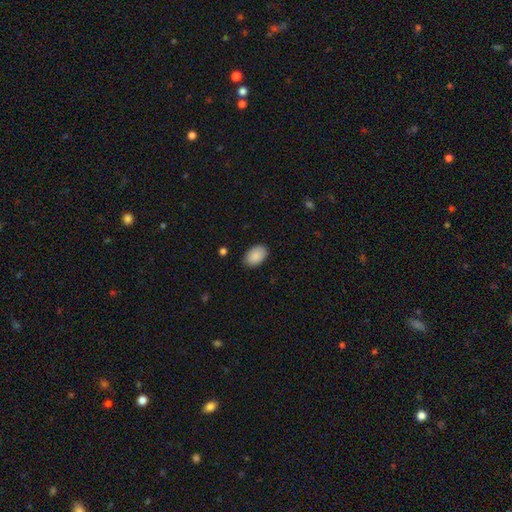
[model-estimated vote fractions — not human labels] Morphology: type=smooth (90%); roundness=in between (90%); merging=none (87%).